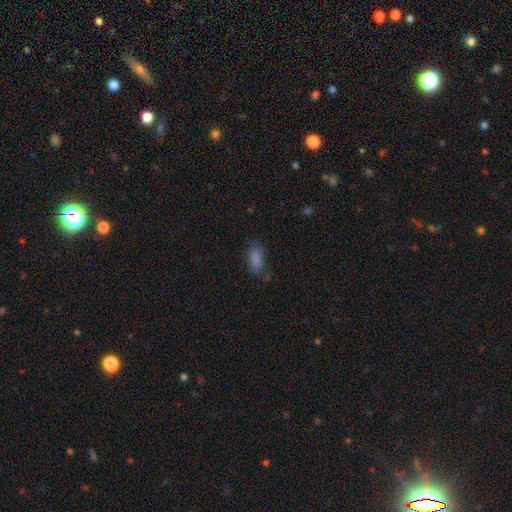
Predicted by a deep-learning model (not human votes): smooth-or-featured: smooth: 78% | star or artifact: 14% | featured or disk: 8%
  how-rounded: in between: 76% | cigar-shaped: 21% | round: 3%
  merging: none: 74% | minor disturbance: 18% | major disturbance: 6% | merger: 2%